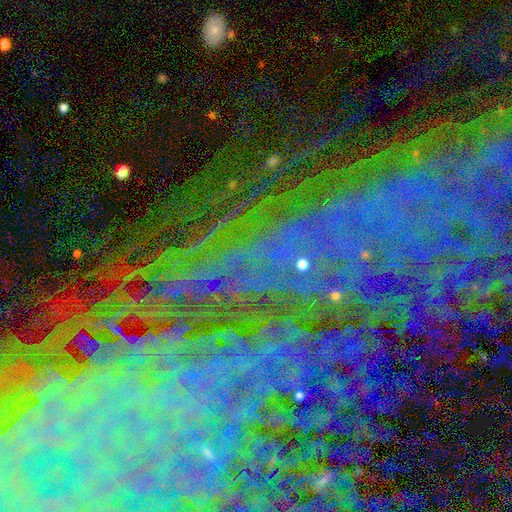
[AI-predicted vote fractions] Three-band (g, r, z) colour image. It shows a star or artifact, not a galaxy (74%).